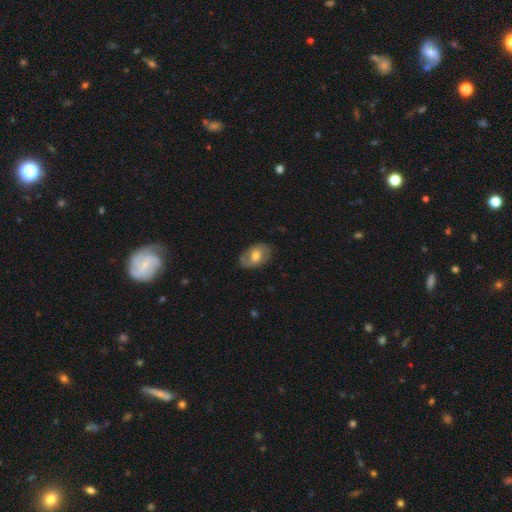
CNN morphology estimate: A featured or disk galaxy (48%).

Vote fractions:
- Smooth or featured? featured or disk: 48% / smooth: 45% / star or artifact: 7%
- Merging? none: 78% / minor disturbance: 16% / major disturbance: 4% / merger: 1%